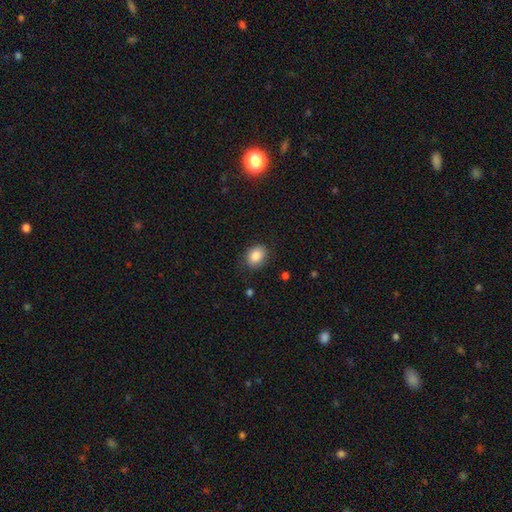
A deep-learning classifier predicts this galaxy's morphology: smooth_or_featured: smooth (p=0.86) [alt: star or artifact p=0.08]
how_rounded: in between (p=0.64) [alt: round p=0.35]
merging: none (p=0.82) [alt: minor disturbance p=0.14]